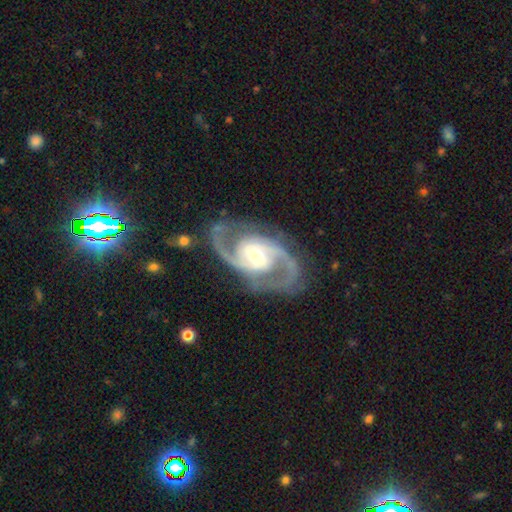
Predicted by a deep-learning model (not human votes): Smooth or featured? featured or disk (93%)
Edge-on disk? no (97%)
Bar? weak (46%)
Spiral arms? yes (98%)
Spiral winding? medium (63%)
Spiral arm count? 2 (92%)
Bulge size? moderate (55%)
Merging? none (79%)